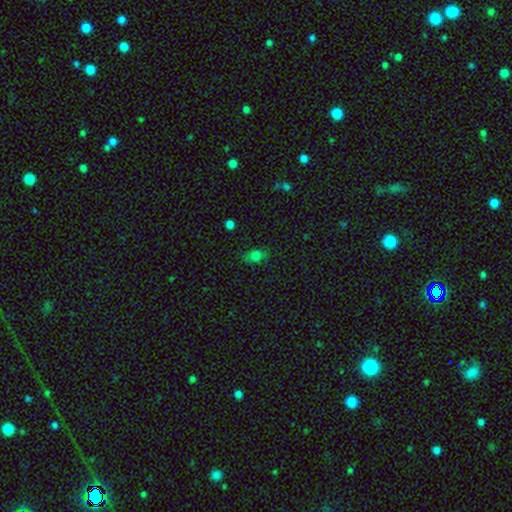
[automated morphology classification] smooth 75%, star or artifact 14%, featured or disk 11%. Down the decision tree: how rounded — in between (71%); merging — none (72%).